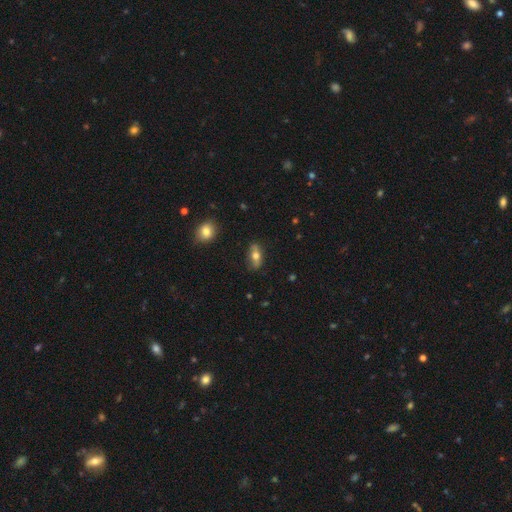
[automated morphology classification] Smooth or featured?
  - smooth: 57% *
  - featured or disk: 35%
  - star or artifact: 8%
How rounded?
  - in between: 71% *
  - cigar-shaped: 22%
  - round: 7%
Merging?
  - none: 83% *
  - minor disturbance: 12%
  - major disturbance: 3%
  - merger: 2%